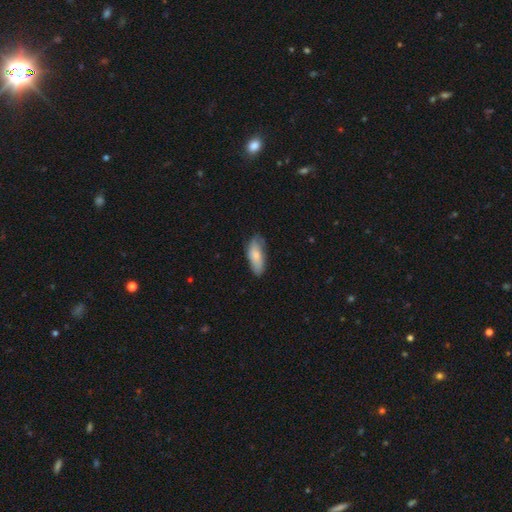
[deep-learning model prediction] smooth-or-featured: smooth: 76% | featured or disk: 18% | star or artifact: 6%
  how-rounded: in between: 76% | cigar-shaped: 22% | round: 2%
  merging: none: 66% | minor disturbance: 27% | major disturbance: 5% | merger: 2%